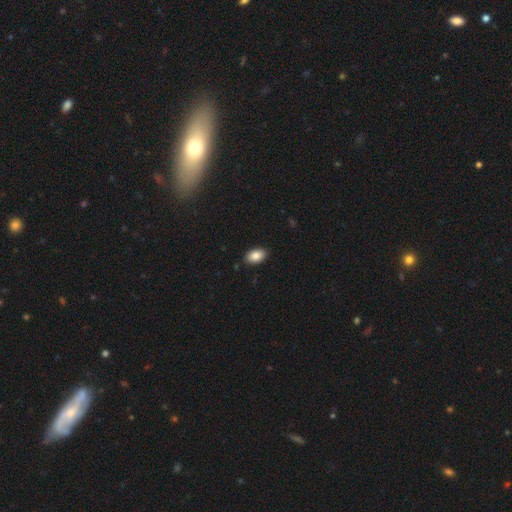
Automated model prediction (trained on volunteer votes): smooth_or_featured: smooth (p=0.87) [alt: star or artifact p=0.07]
how_rounded: in between (p=0.93) [alt: round p=0.06]
merging: none (p=0.89) [alt: minor disturbance p=0.09]